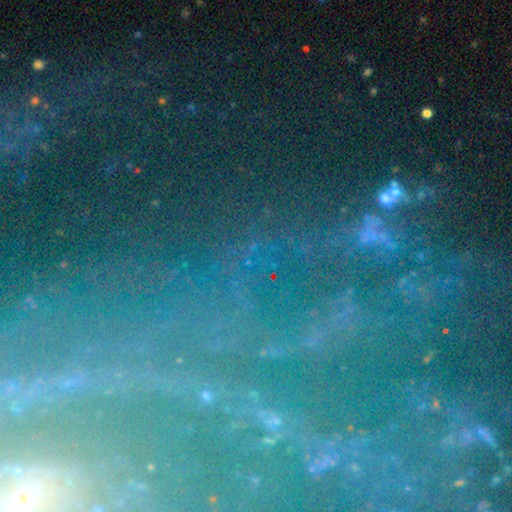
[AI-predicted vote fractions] The model was most divided on "smooth or featured": star or artifact: 68%, featured or disk: 21%, smooth: 11%.